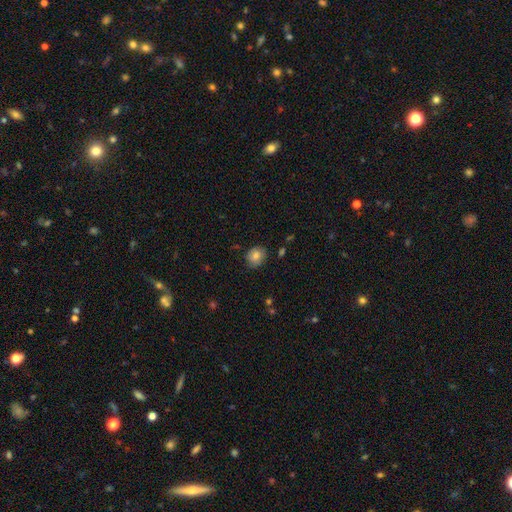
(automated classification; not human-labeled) A smooth galaxy with no disk features (76%) that is round (65%). Merging: none (79%).